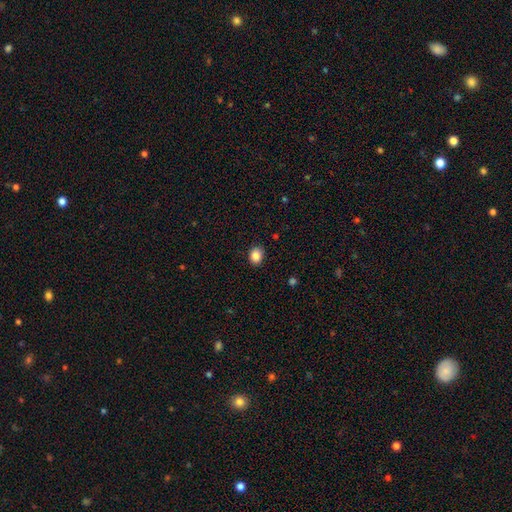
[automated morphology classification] smooth 87%, star or artifact 9%, featured or disk 4%. Down the decision tree: how rounded — in between (57%); merging — none (88%).